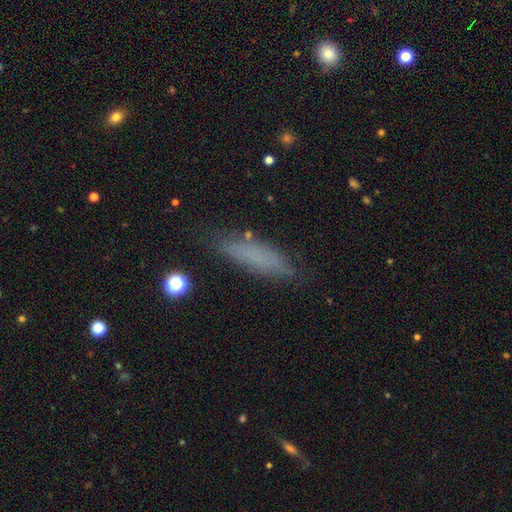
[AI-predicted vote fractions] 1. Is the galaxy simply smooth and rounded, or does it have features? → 68% smooth, 19% featured or disk, 13% star or artifact.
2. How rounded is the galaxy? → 73% cigar-shaped, 25% in between, 2% round.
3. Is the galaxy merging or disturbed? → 77% none, 16% minor disturbance, 5% major disturbance, 2% merger.